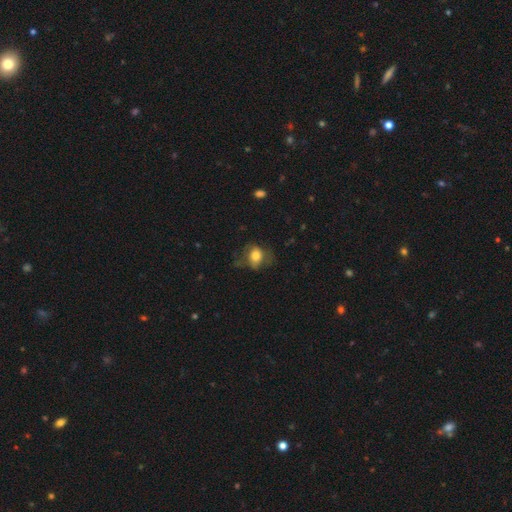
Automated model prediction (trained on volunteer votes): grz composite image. It shows a smooth galaxy with no disk features (71%) that is in between round and cigar-shaped (55%). Merging: none (48%).